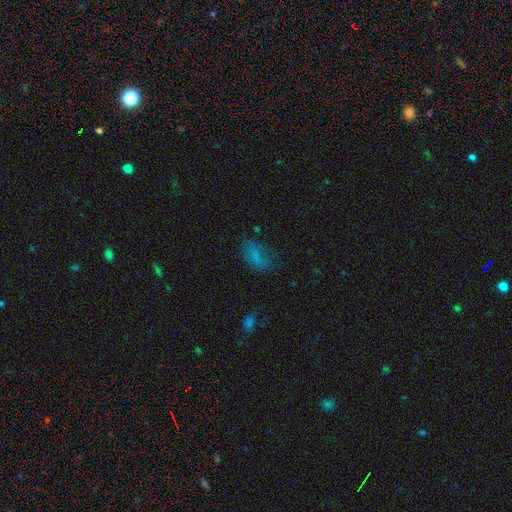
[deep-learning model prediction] Smooth or featured? smooth (69%)
How rounded? in between (89%)
Merging? none (54%)